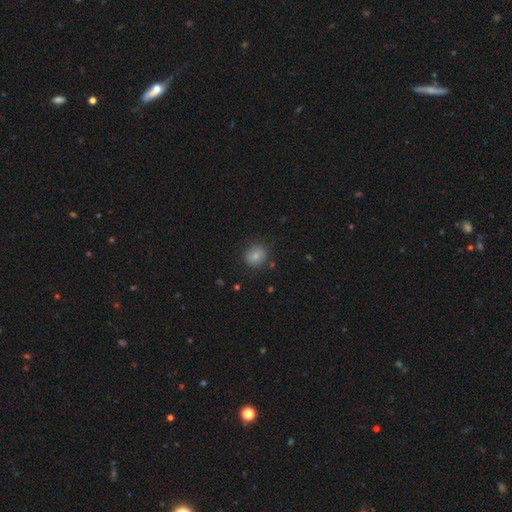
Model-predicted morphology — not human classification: A smooth galaxy with no disk features (79%) that is round (80%). Merging: none (84%).